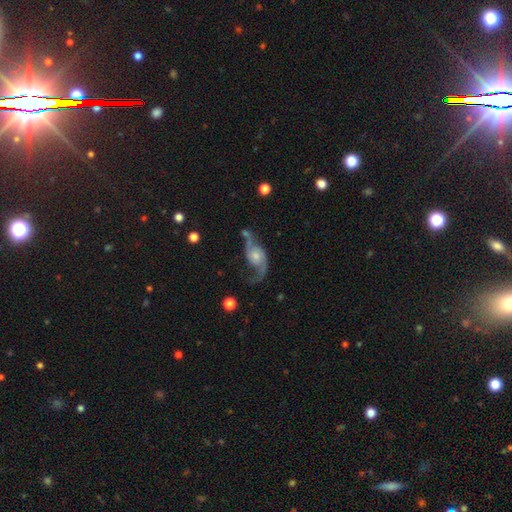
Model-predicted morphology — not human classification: Smooth or featured? featured or disk (81%)
Edge-on disk? no (96%)
Bar? no (69%)
Spiral arms? yes (94%)
Spiral winding? loose (69%)
Spiral arm count? 2 (86%)
Bulge size? small (44%)
Merging? none (46%)